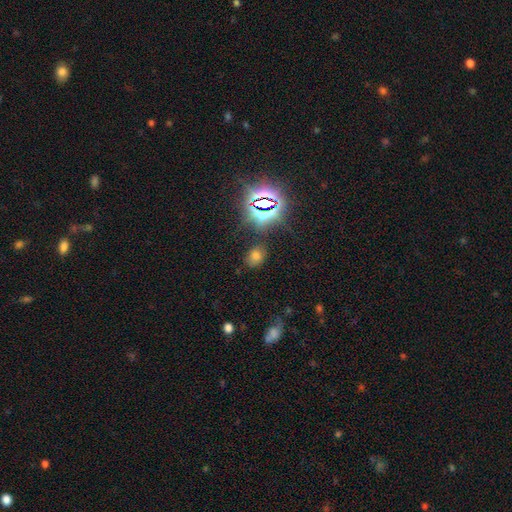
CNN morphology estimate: Smooth or featured? Predicted: smooth (p=0.56). How rounded? Predicted: in between (p=0.63). Merging? Predicted: none (p=0.78).